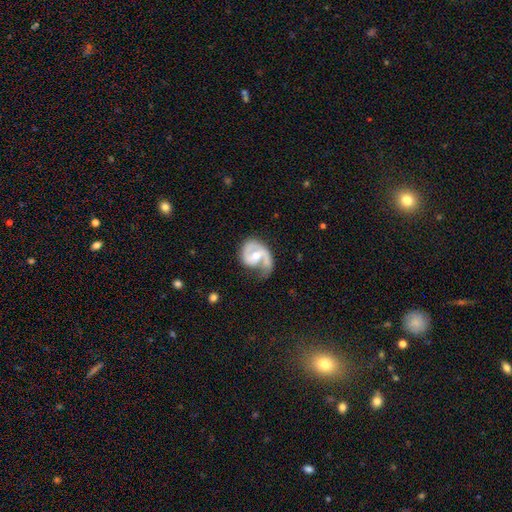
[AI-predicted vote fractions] Smooth or featured? Predicted: featured or disk (p=0.84). Edge-on disk? Predicted: no (p=0.98). Bar? Predicted: weak (p=0.46). Spiral arms? Predicted: yes (p=0.92). Spiral winding? Predicted: medium (p=0.46). Spiral arm count? Predicted: 2 (p=0.54). Bulge size? Predicted: moderate (p=0.68). Merging? Predicted: none (p=0.41).